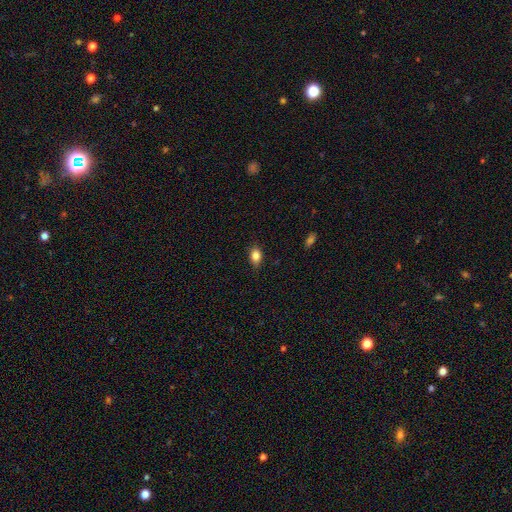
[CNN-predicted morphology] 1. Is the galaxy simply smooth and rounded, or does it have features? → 84% smooth, 9% star or artifact, 7% featured or disk.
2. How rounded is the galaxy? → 80% in between, 18% round, 2% cigar-shaped.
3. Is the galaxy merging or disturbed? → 84% none, 12% minor disturbance, 2% major disturbance, 1% merger.